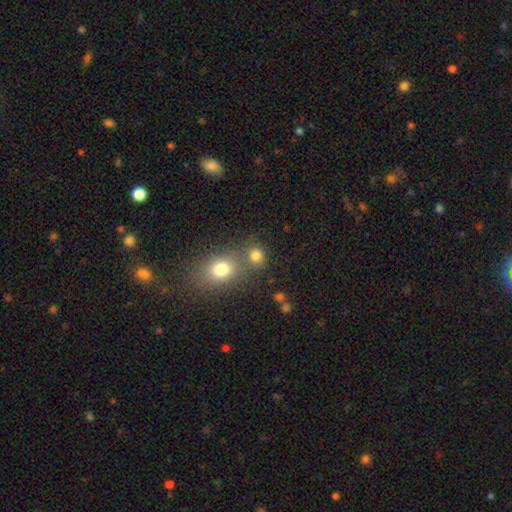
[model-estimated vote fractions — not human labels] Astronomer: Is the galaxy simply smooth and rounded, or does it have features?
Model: smooth — 80%.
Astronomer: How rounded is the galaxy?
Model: round — 77%.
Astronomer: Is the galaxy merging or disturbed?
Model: none — 56% (runner-up: merger, 32%).